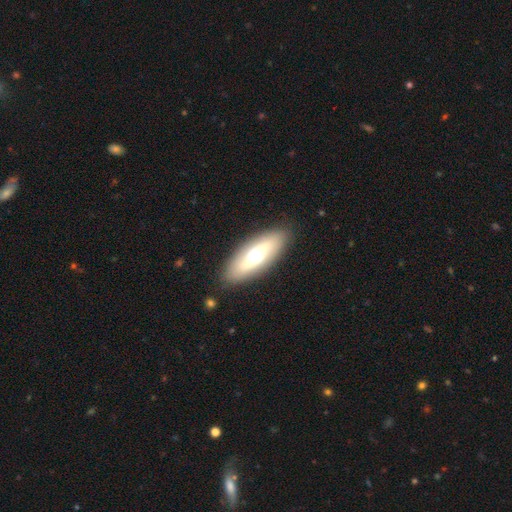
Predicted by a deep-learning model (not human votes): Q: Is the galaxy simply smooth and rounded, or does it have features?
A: smooth — 49%.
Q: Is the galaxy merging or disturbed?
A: none — 86%.